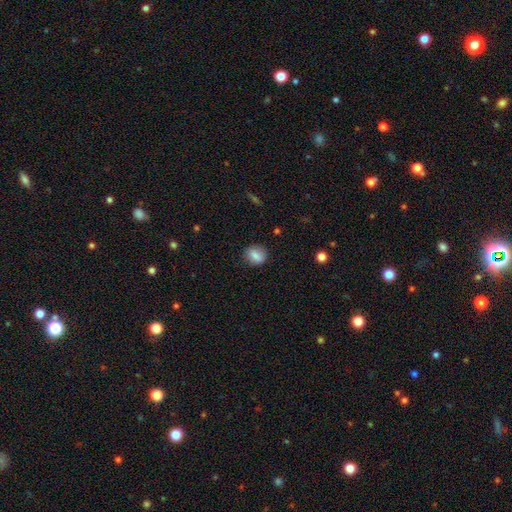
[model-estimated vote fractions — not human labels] Q: Smooth or featured?
A: smooth (80%); runner-up: featured or disk (12%)
Q: How rounded?
A: round (64%); runner-up: in between (35%)
Q: Merging?
A: none (85%); runner-up: minor disturbance (11%)